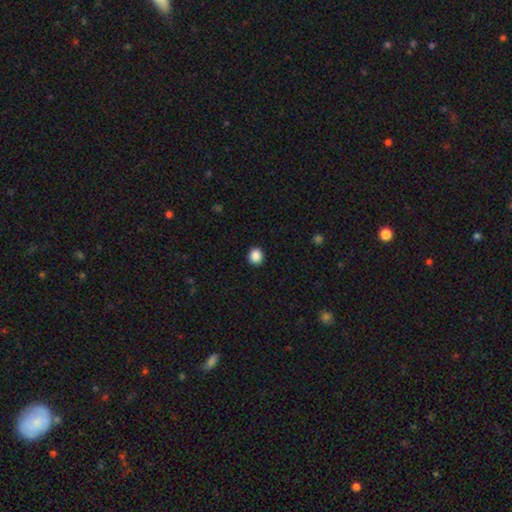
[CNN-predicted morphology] smooth_or_featured: smooth (p=0.88) [alt: star or artifact p=0.10]
how_rounded: round (p=0.86) [alt: in between p=0.14]
merging: none (p=0.92) [alt: minor disturbance p=0.05]